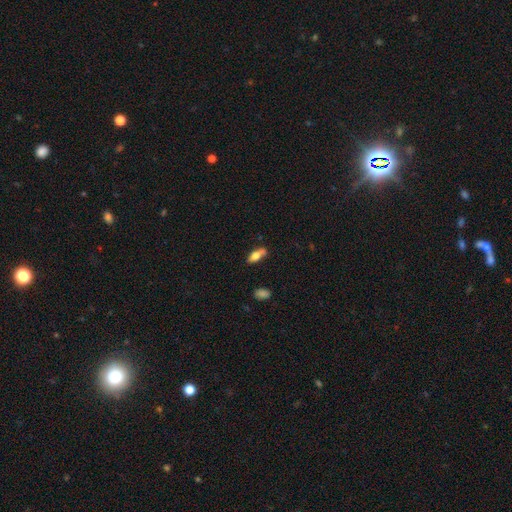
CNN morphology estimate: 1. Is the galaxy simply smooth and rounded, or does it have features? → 69% smooth, 24% featured or disk, 7% star or artifact.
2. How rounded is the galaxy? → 72% in between, 24% cigar-shaped, 3% round.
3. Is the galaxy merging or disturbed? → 63% none, 21% minor disturbance, 10% merger, 6% major disturbance.